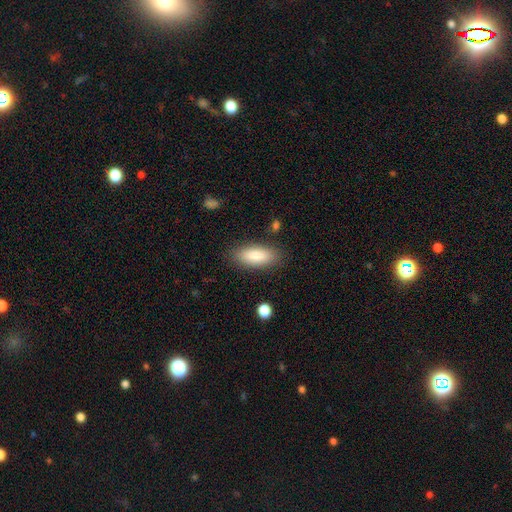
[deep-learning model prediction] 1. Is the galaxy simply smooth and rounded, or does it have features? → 87% smooth, 7% featured or disk, 6% star or artifact.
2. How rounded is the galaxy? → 78% in between, 20% cigar-shaped, 2% round.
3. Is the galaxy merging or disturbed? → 85% none, 10% minor disturbance, 3% major disturbance, 2% merger.